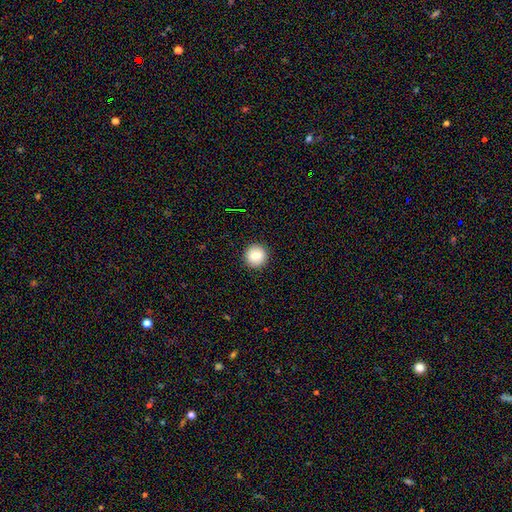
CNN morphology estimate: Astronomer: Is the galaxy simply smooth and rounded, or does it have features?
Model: smooth — 81%.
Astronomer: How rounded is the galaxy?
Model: round — 94%.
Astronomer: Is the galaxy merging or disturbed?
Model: none — 92%.